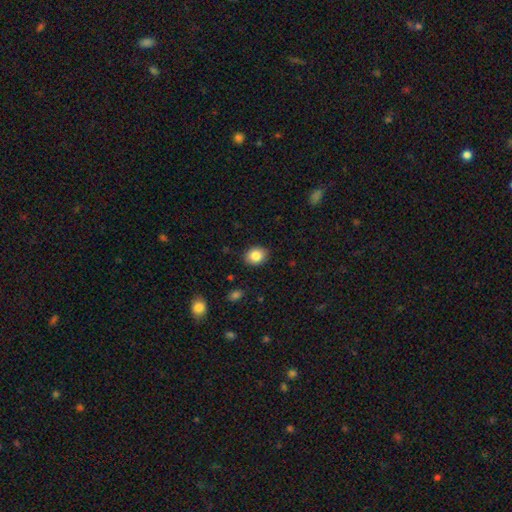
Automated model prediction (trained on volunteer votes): The model was most divided on "how rounded": in between: 52%, round: 48%, cigar-shaped: 1%. More confident: merging — none (88%); smooth or featured — smooth (85%).